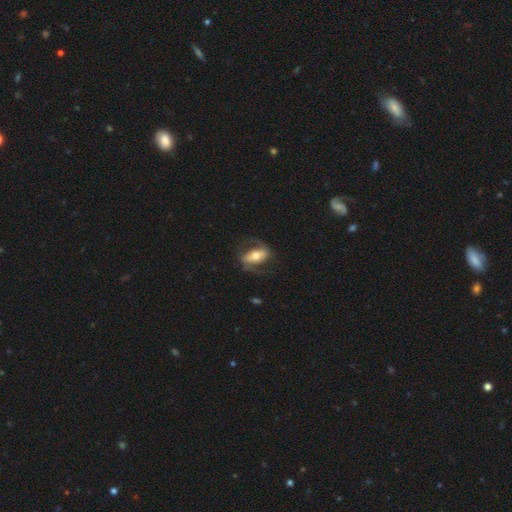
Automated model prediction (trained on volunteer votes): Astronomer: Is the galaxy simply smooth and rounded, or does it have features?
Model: featured or disk — 69%.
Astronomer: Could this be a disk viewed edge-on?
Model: no — 92%.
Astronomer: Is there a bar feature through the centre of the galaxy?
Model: strong — 51%.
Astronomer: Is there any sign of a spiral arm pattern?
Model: yes — 83%.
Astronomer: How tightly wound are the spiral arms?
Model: medium — 45% (runner-up: loose, 36%).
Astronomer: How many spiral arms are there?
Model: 2 — 86%.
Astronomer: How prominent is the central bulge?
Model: moderate — 62%.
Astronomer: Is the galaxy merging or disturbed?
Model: none — 68%.